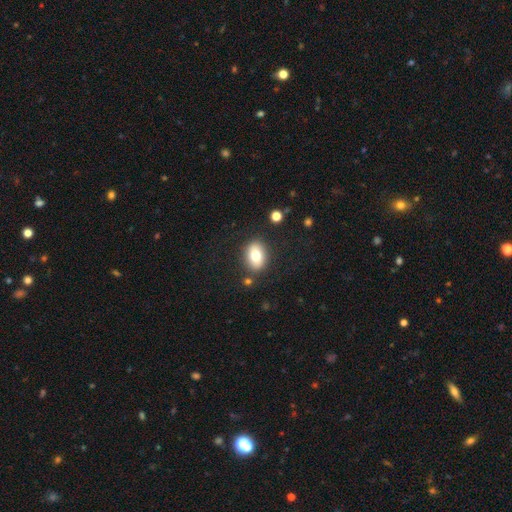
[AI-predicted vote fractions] smooth_or_featured: smooth (p=0.77) [alt: featured or disk p=0.15]
how_rounded: in between (p=0.77) [alt: round p=0.21]
merging: none (p=0.83) [alt: minor disturbance p=0.10]